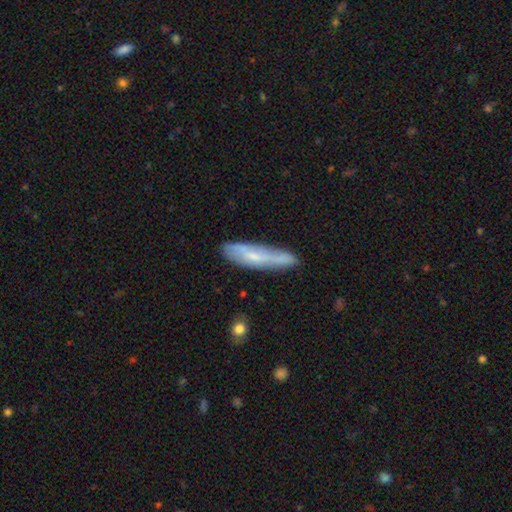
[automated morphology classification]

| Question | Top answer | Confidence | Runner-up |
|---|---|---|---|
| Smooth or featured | featured or disk | 47% | smooth (46%) |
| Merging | none | 65% | minor disturbance (25%) |